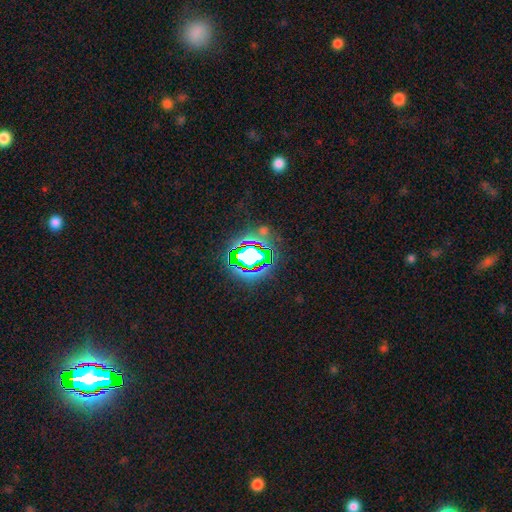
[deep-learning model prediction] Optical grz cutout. It shows a star or artifact, not a galaxy (79%).